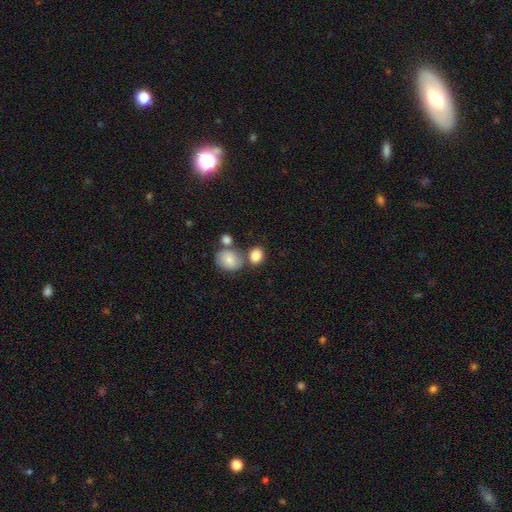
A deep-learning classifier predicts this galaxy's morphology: This appears to be a smooth galaxy with no disk features (84%) that is round (50%). Merging: none (56%).